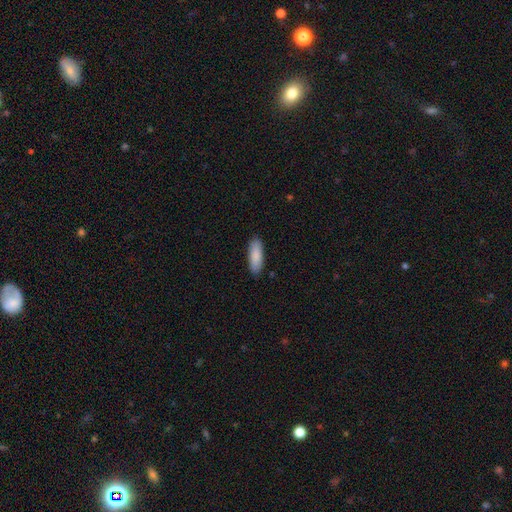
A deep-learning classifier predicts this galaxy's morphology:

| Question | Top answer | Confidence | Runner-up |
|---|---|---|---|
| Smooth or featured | smooth | 88% | featured or disk (7%) |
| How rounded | in between | 64% | cigar-shaped (34%) |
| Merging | none | 89% | minor disturbance (8%) |